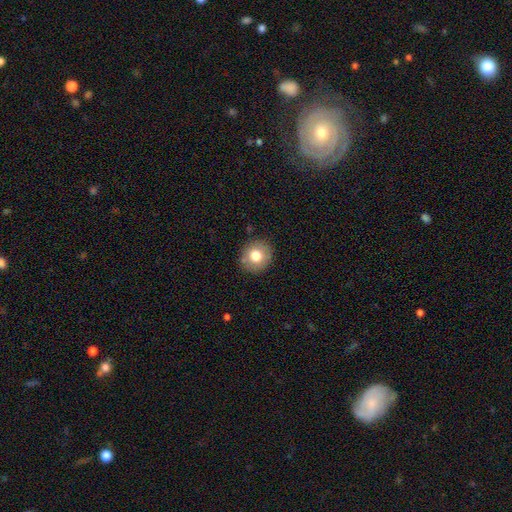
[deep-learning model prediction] Smooth or featured? Predicted: smooth (p=0.77). How rounded? Predicted: round (p=0.86). Merging? Predicted: none (p=0.87).